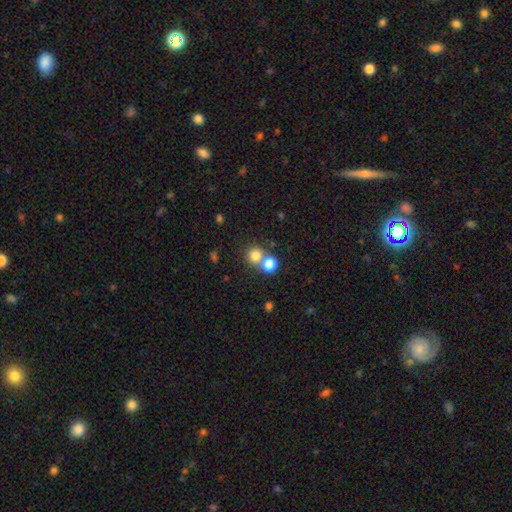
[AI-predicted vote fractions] Smooth or featured: smooth — 78% (star or artifact — 14%)
How rounded: round — 90% (in between — 10%)
Merging: none — 57% (merger — 34%)